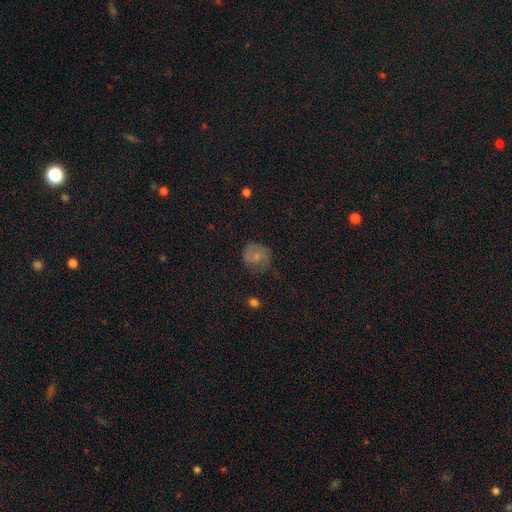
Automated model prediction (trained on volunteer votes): smooth 53%, featured or disk 37%, star or artifact 10%. Down the decision tree: how rounded — round (80%); merging — none (59%).